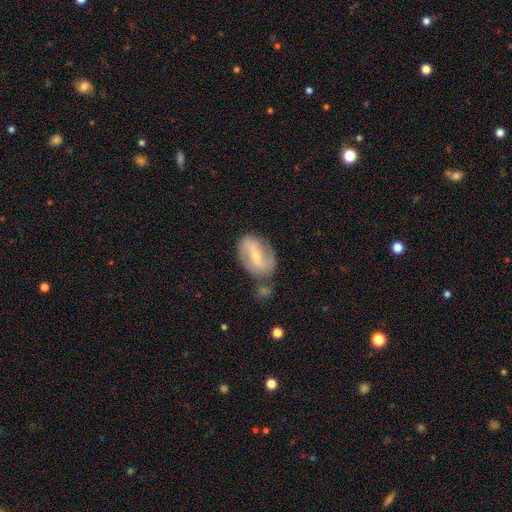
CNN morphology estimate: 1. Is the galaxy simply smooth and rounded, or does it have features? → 71% featured or disk, 24% smooth, 6% star or artifact.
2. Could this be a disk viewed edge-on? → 95% no, 5% yes.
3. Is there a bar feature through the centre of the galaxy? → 42% strong, 38% weak, 20% no.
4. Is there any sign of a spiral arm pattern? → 83% yes, 17% no.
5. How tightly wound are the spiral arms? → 40% loose, 39% medium, 20% tight.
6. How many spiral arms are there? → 86% 2, 8% can't tell, 3% 1, 1% 3, 1% 4, 1% more than 4.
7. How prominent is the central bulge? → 61% small, 34% moderate, 2% none, 2% large, 1% dominant.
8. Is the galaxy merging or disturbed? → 66% none, 18% minor disturbance, 10% merger, 6% major disturbance.